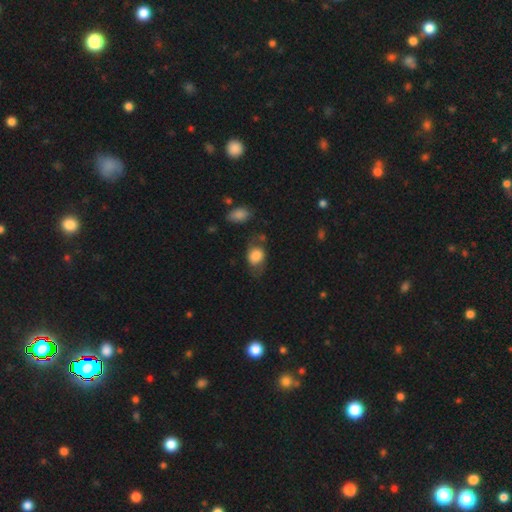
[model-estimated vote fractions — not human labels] smooth_or_featured: smooth (p=0.71) [alt: featured or disk p=0.21]
how_rounded: in between (p=0.65) [alt: round p=0.33]
merging: none (p=0.54) [alt: minor disturbance p=0.26]